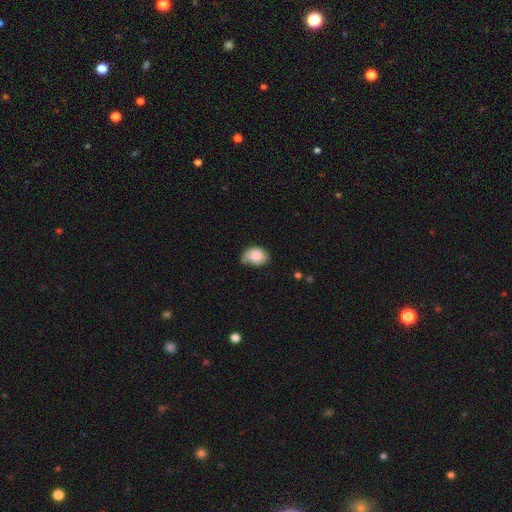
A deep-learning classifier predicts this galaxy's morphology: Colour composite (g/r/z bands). It shows a smooth galaxy with no disk features (81%) that is in between round and cigar-shaped (69%). Merging: none (46%).